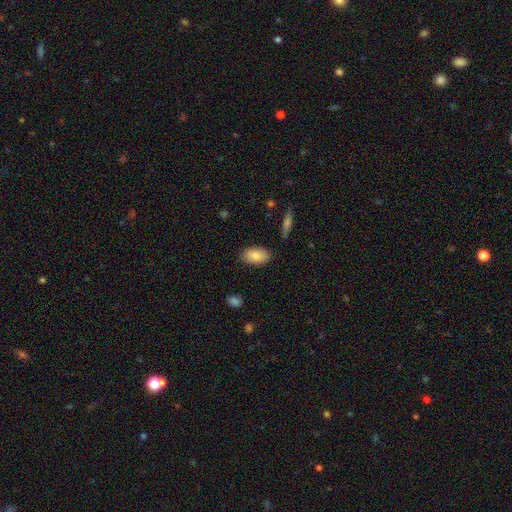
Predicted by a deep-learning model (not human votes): Overall: smooth (82%). How rounded: in between (93%). Merging: none (85%).